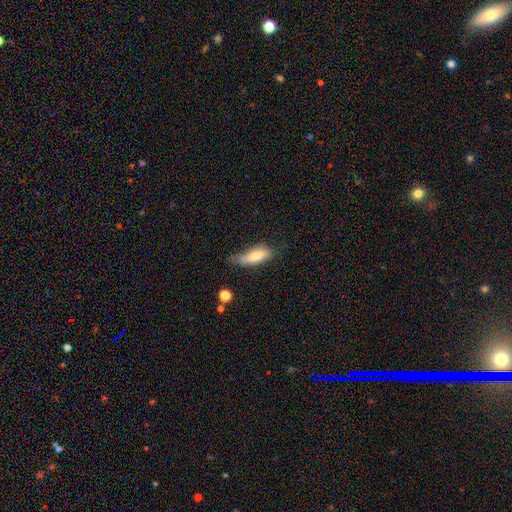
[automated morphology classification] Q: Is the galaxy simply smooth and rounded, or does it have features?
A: smooth — 73%.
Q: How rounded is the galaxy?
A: in between — 68%.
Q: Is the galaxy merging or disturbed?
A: none — 47%.